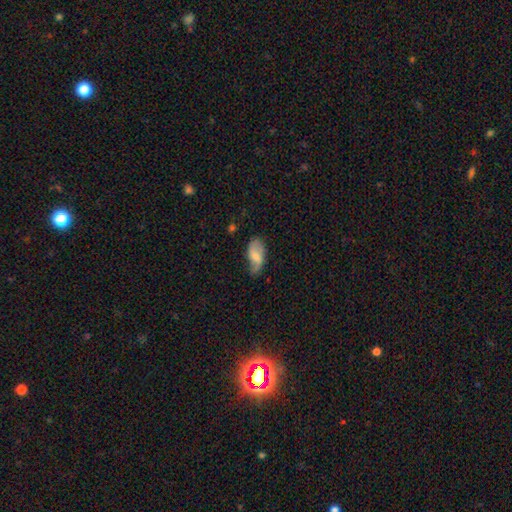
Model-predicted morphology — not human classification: Smooth or featured? Predicted: smooth (p=0.51). How rounded? Predicted: in between (p=0.92). Merging? Predicted: none (p=0.49).